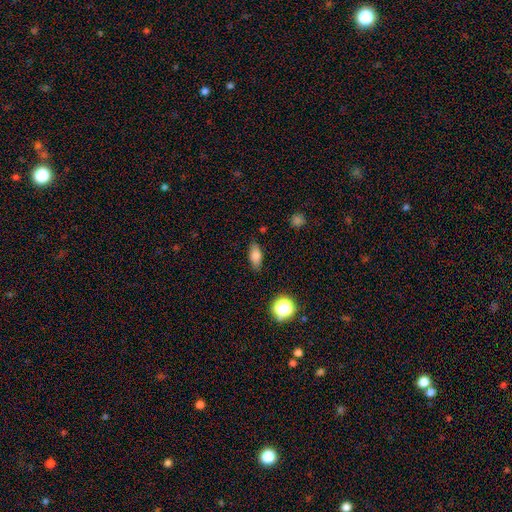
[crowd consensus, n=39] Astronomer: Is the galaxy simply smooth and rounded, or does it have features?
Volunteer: smooth — 90%.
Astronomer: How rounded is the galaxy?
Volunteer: in between — 66%.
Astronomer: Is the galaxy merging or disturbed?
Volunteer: none — 95%.